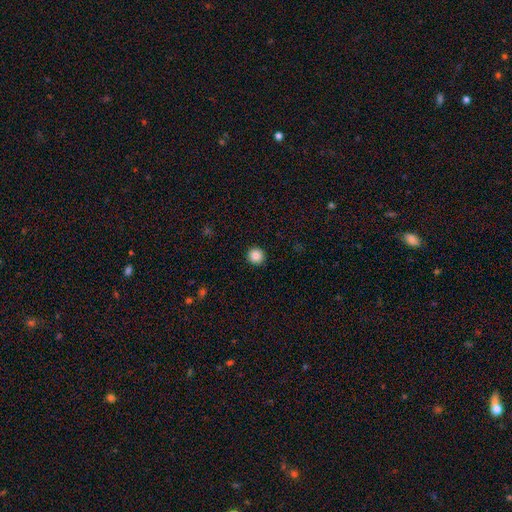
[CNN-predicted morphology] Q: Smooth or featured?
A: smooth (87%); runner-up: star or artifact (10%)
Q: How rounded?
A: round (95%); runner-up: in between (4%)
Q: Merging?
A: none (93%); runner-up: minor disturbance (4%)